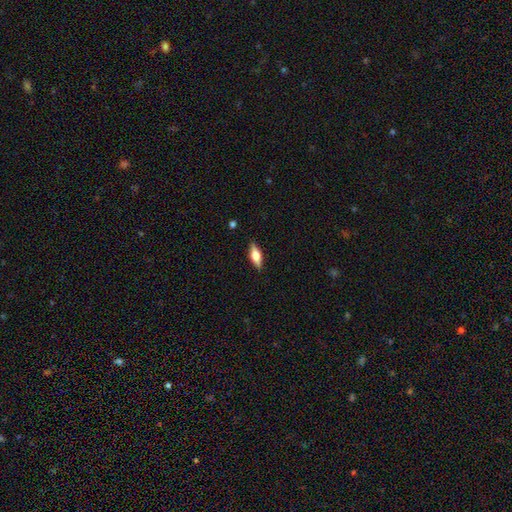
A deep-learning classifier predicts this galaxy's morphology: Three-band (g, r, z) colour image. It shows a smooth galaxy with no disk features (52%) that is in between round and cigar-shaped (66%). Merging: none (87%).